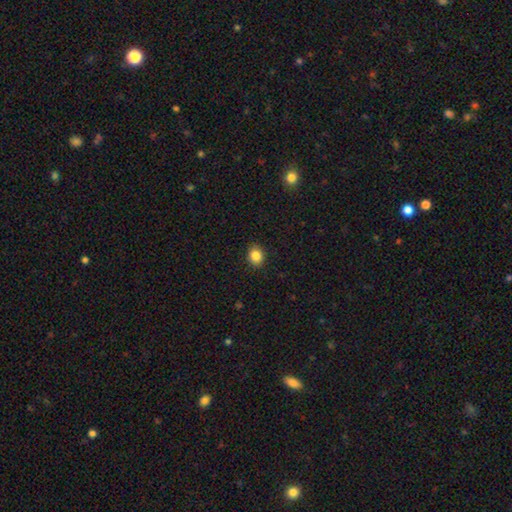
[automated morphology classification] This is clearly a smooth galaxy (85%). How rounded: likely round (61%). Merging: clearly none (90%).